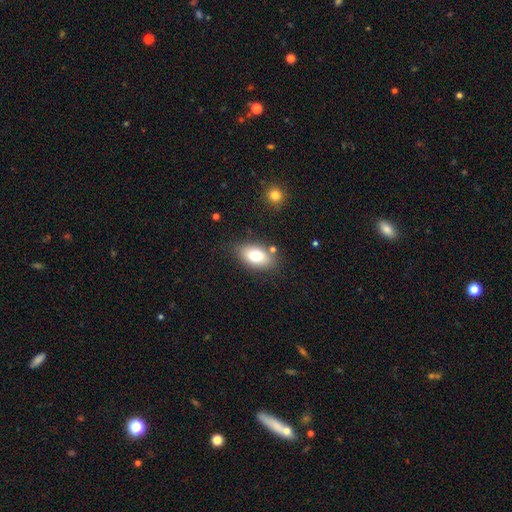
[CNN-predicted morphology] Smooth or featured? Predicted: smooth (p=0.75). How rounded? Predicted: in between (p=0.89). Merging? Predicted: none (p=0.78).